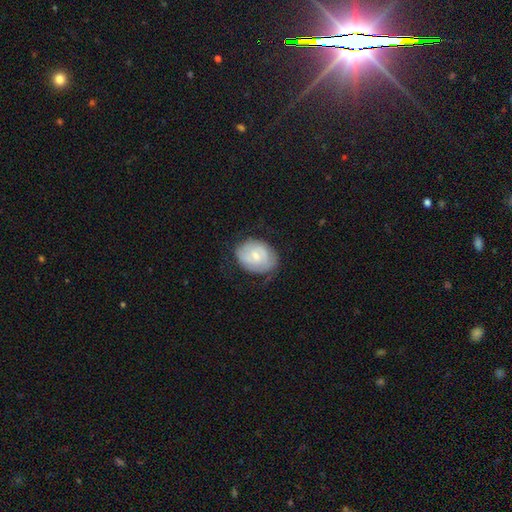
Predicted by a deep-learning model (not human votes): smooth_or_featured: smooth (p=0.47) [tied with: featured or disk p=0.47]
merging: none (p=0.64) [alt: minor disturbance p=0.26]